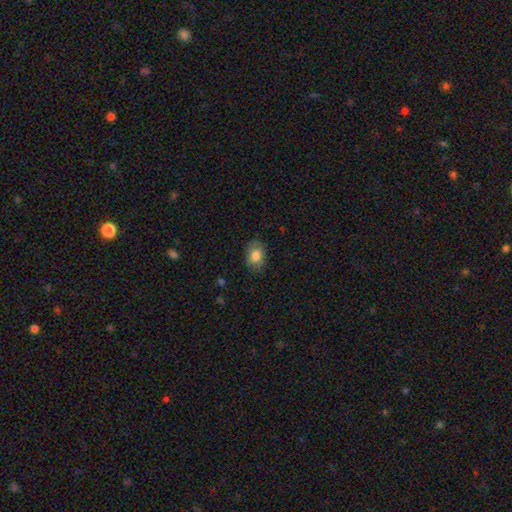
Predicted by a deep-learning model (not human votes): A smooth galaxy with no disk features (82%) that is in between round and cigar-shaped (83%).

Vote fractions:
- Smooth or featured? smooth: 82% / featured or disk: 11% / star or artifact: 8%
- How rounded? in between: 83% / round: 16% / cigar-shaped: 1%
- Merging? none: 82% / minor disturbance: 14% / major disturbance: 4% / merger: 1%